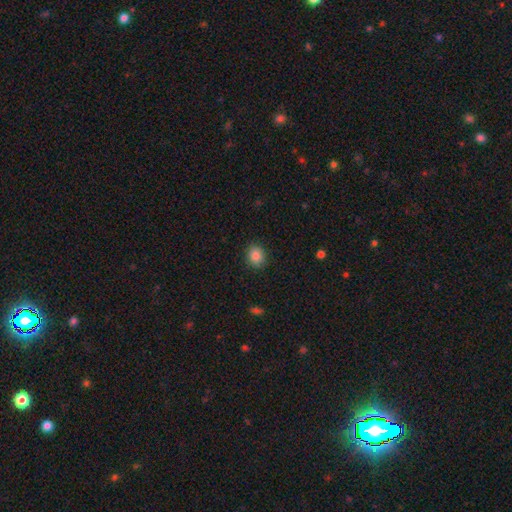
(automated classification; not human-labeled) A smooth galaxy with no disk features (86%) that is round (74%). Merging: none (89%).